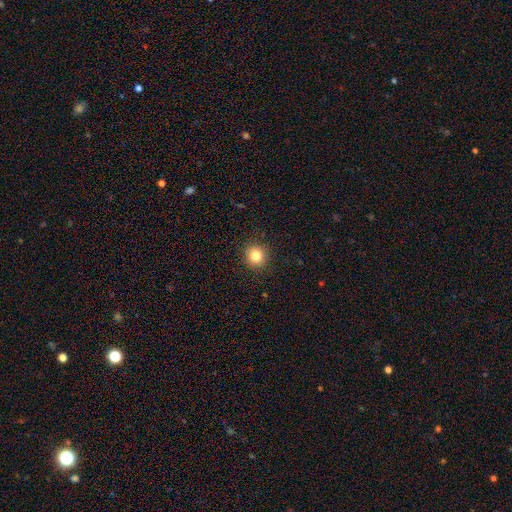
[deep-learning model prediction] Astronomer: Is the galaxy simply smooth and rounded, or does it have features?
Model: smooth — 83%.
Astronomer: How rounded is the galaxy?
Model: round — 91%.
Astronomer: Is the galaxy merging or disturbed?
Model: none — 91%.